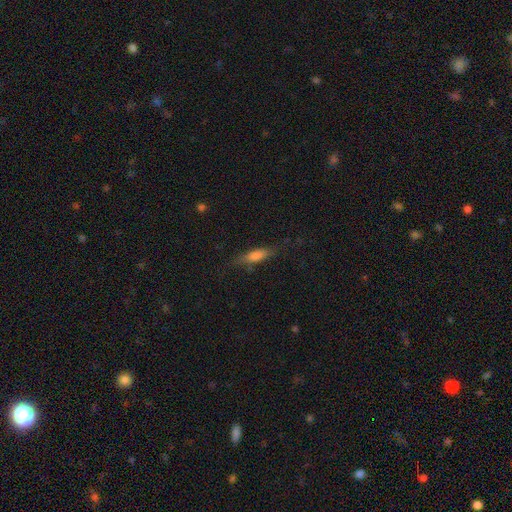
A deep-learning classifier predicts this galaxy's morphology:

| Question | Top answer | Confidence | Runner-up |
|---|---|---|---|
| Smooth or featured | smooth | 59% | featured or disk (32%) |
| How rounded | cigar-shaped | 67% | in between (31%) |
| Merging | none | 72% | minor disturbance (19%) |